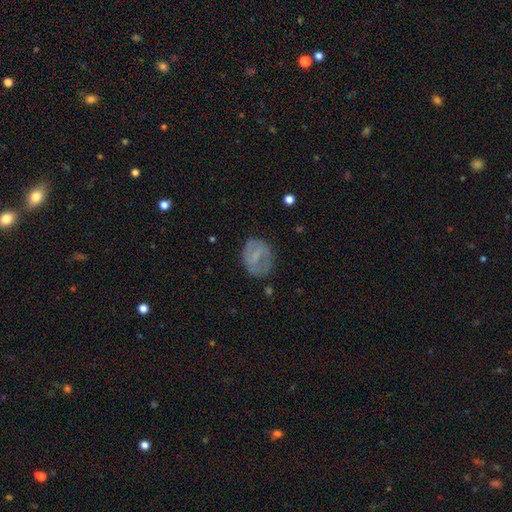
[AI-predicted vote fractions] smooth_or_featured: smooth (p=0.47) [alt: featured or disk p=0.44]
merging: none (p=0.67) [alt: minor disturbance p=0.20]